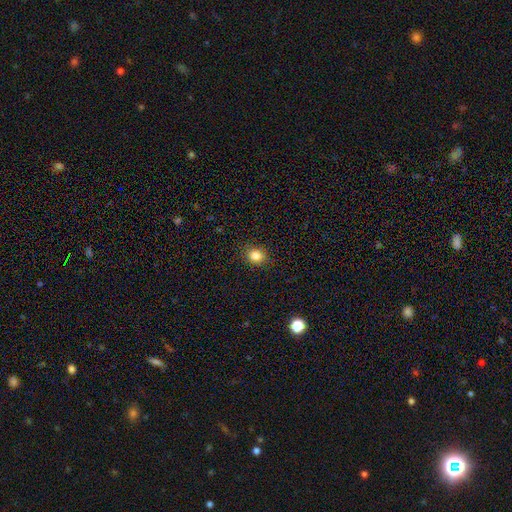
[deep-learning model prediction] smooth_or_featured: smooth (p=0.84) [alt: star or artifact p=0.11]
how_rounded: round (p=0.72) [alt: in between p=0.28]
merging: none (p=0.89) [alt: minor disturbance p=0.08]